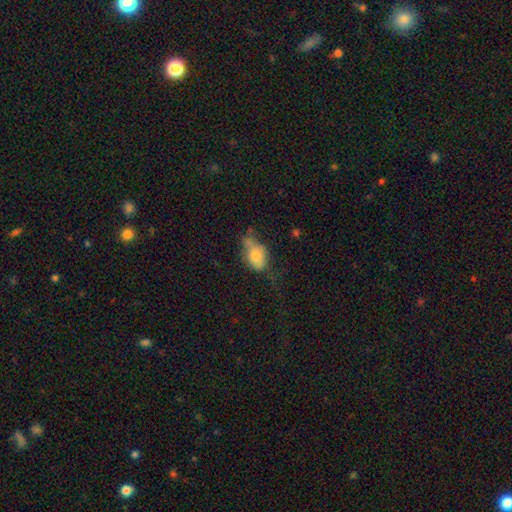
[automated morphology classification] Smooth or featured: smooth — 67% (featured or disk — 24%)
How rounded: in between — 78% (round — 19%)
Merging: none — 34% (minor disturbance — 33%)